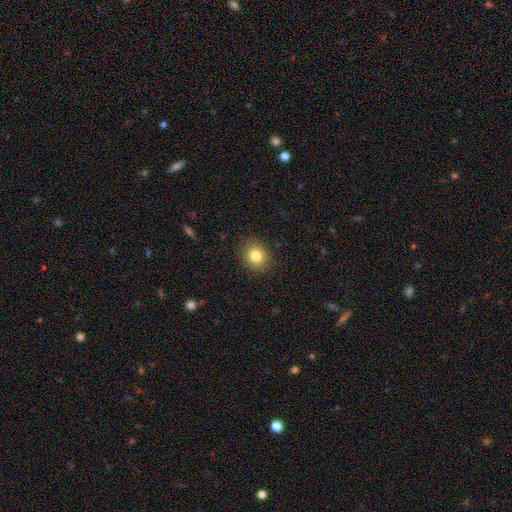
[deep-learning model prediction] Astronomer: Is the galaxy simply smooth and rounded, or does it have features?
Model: smooth — 81%.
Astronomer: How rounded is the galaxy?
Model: round — 68%.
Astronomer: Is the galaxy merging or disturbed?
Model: none — 88%.